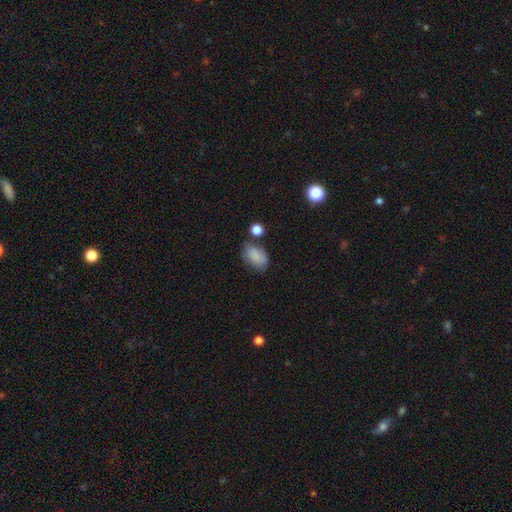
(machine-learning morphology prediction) Smooth or featured?
  - smooth: 85% *
  - star or artifact: 8%
  - featured or disk: 7%
How rounded?
  - in between: 89% *
  - round: 10%
  - cigar-shaped: 2%
Merging?
  - none: 64% *
  - minor disturbance: 21%
  - merger: 10%
  - major disturbance: 6%